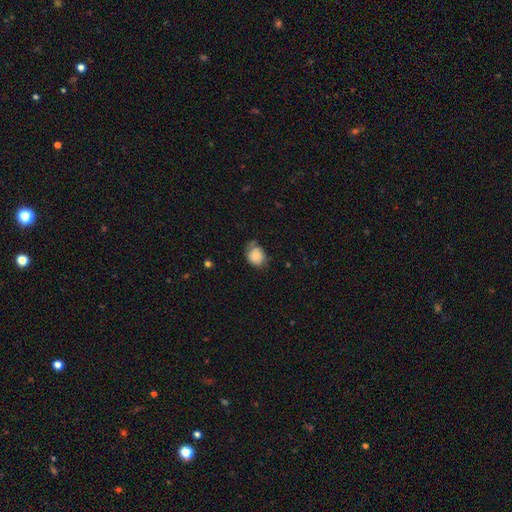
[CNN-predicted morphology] Q: Smooth or featured?
A: smooth (76%); runner-up: featured or disk (15%)
Q: How rounded?
A: round (62%); runner-up: in between (38%)
Q: Merging?
A: none (55%); runner-up: minor disturbance (33%)